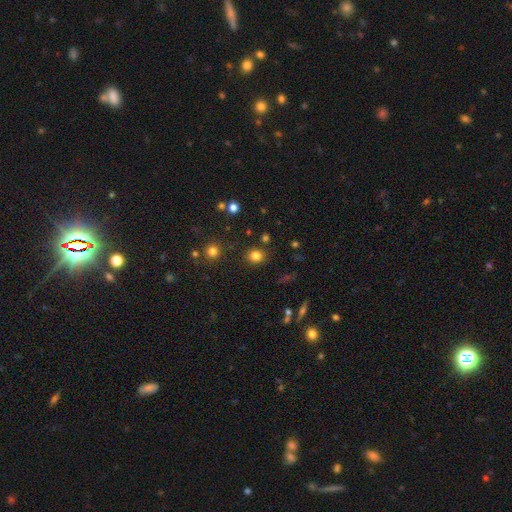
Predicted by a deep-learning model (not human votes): Smooth or featured: smooth — 81% (star or artifact — 14%)
How rounded: round — 77% (in between — 22%)
Merging: none — 86% (minor disturbance — 8%)